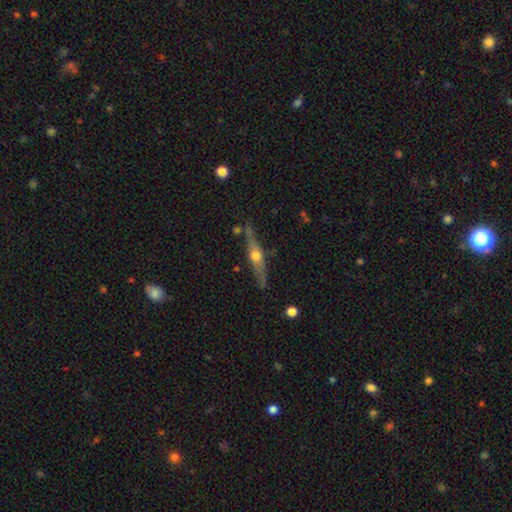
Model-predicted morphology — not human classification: type=featured or disk (72%); edge-on=yes (95%); edge-on bulge=rounded (94%); merging=none (80%).